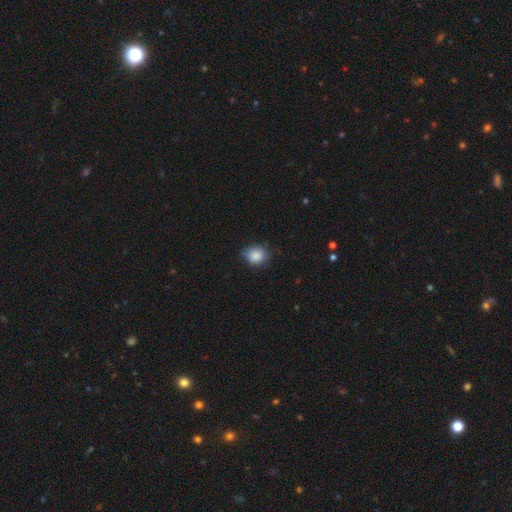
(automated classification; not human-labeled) smooth 85%, star or artifact 9%, featured or disk 6%. Down the decision tree: how rounded — round (73%); merging — none (70%).